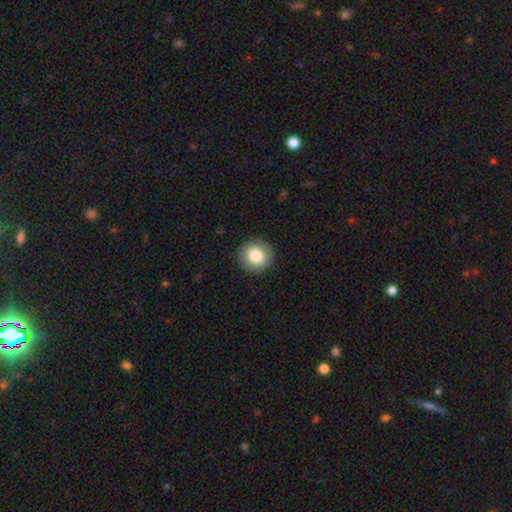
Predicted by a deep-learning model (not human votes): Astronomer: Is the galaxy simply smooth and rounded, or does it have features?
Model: smooth — 82%.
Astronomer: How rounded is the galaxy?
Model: round — 87%.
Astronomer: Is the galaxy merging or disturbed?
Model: none — 89%.